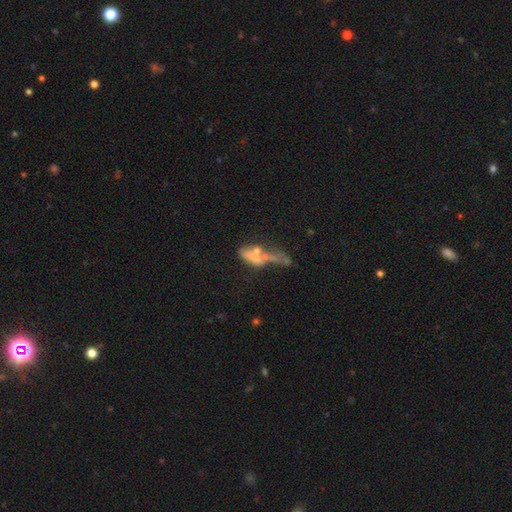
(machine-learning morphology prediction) Overall: smooth (43%; featured or disk 42%). Merging: merger (39%; major disturbance 31%).